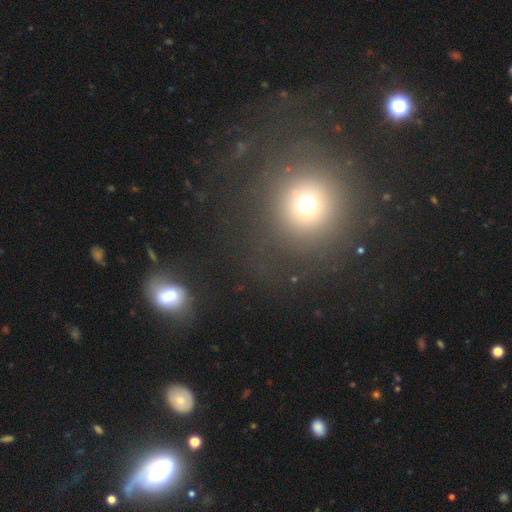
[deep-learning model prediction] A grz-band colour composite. It shows a smooth galaxy with no disk features (56%) that is round (88%). Merging: none (76%).